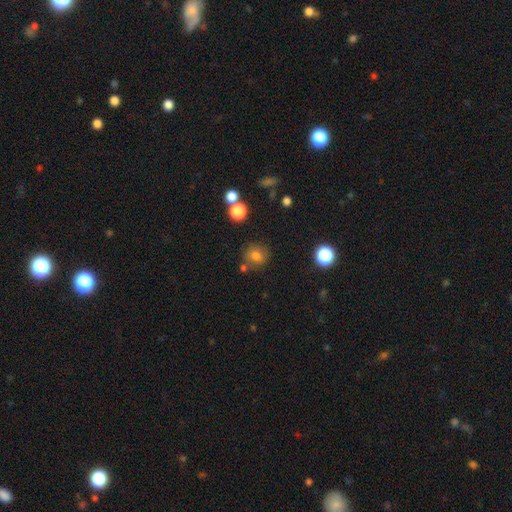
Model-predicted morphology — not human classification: Smooth or featured? Predicted: smooth (p=0.76). How rounded? Predicted: round (p=0.82). Merging? Predicted: none (p=0.76).